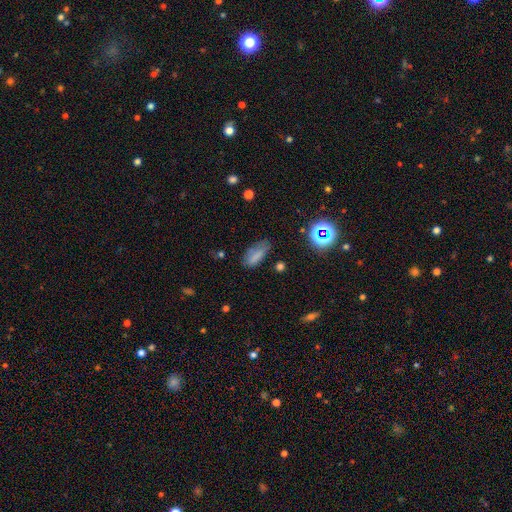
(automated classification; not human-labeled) smooth_or_featured: smooth (p=0.75) [alt: star or artifact p=0.13]
how_rounded: in between (p=0.76) [alt: cigar-shaped p=0.21]
merging: none (p=0.55) [alt: minor disturbance p=0.30]